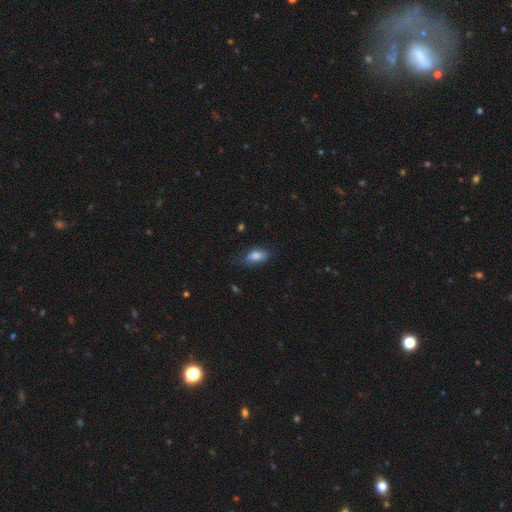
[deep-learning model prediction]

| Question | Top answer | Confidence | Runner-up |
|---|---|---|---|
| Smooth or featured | smooth | 79% | featured or disk (13%) |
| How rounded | in between | 87% | cigar-shaped (9%) |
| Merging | none | 66% | minor disturbance (25%) |